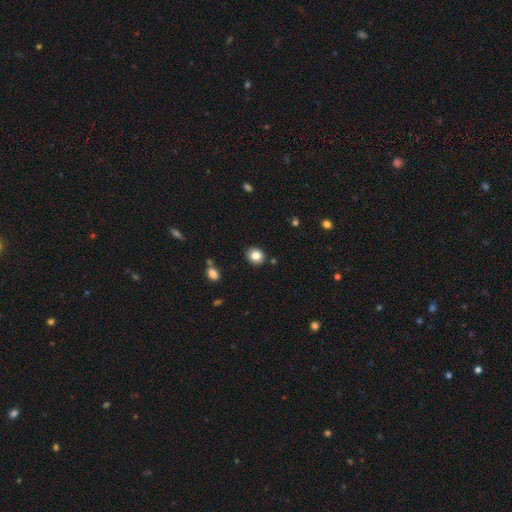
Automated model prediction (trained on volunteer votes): This is clearly a smooth galaxy (83%). How rounded: likely round (69%). Merging: clearly none (88%).